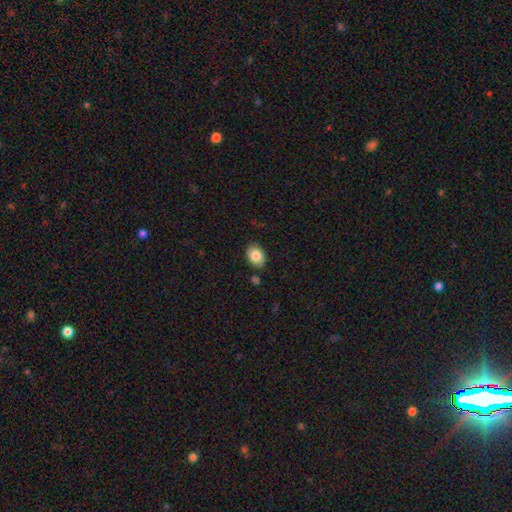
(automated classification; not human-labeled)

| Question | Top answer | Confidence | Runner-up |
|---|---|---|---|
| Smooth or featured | smooth | 85% | star or artifact (8%) |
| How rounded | in between | 69% | round (30%) |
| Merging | none | 84% | minor disturbance (11%) |